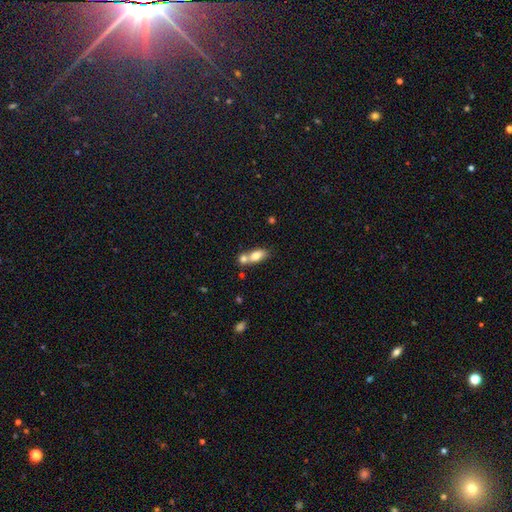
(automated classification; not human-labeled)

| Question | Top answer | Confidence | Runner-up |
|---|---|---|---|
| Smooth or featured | smooth | 77% | featured or disk (15%) |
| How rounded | in between | 82% | cigar-shaped (10%) |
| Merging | merger | 54% | none (33%) |